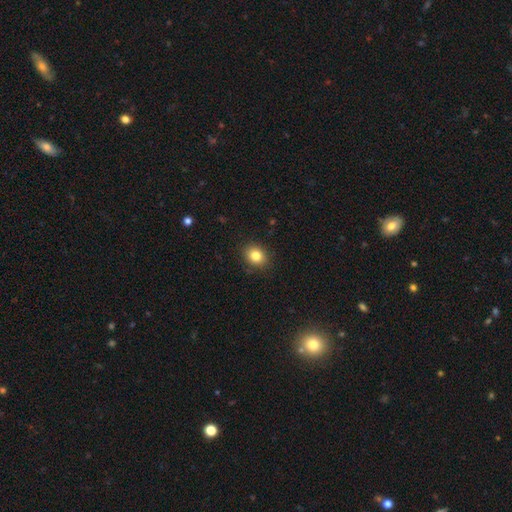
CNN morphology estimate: Smooth or featured?
  - smooth: 83% *
  - star or artifact: 11%
  - featured or disk: 7%
How rounded?
  - round: 57% *
  - in between: 42%
  - cigar-shaped: 1%
Merging?
  - none: 88% *
  - minor disturbance: 9%
  - major disturbance: 2%
  - merger: 1%